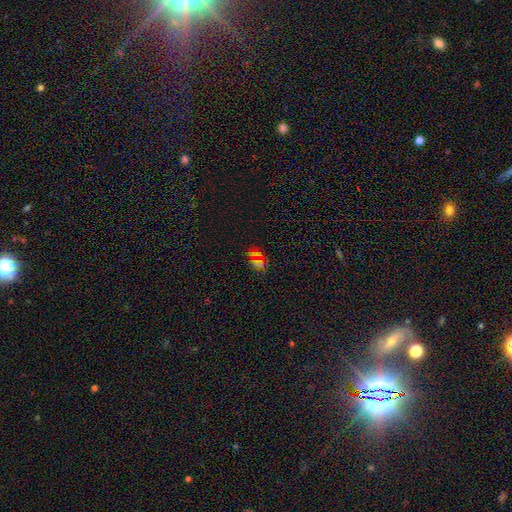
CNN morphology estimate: Smooth or featured? star or artifact (56%)